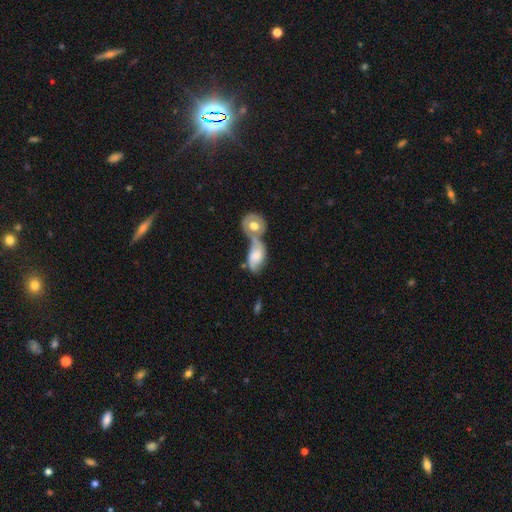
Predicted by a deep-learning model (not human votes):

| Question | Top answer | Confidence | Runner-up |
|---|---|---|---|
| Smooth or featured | smooth | 50% | featured or disk (44%) |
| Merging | merger | 69% | none (13%) |